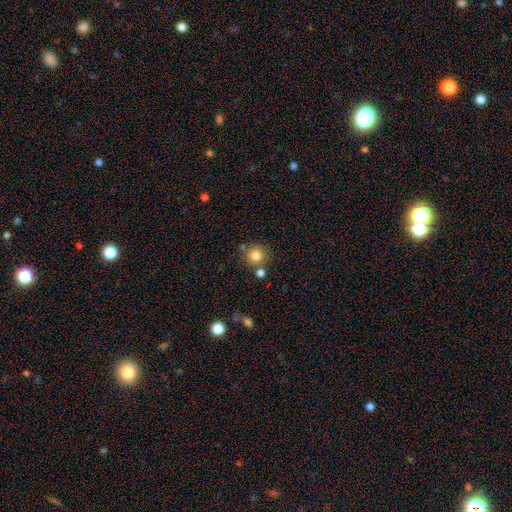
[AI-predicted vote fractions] smooth 81%, star or artifact 11%, featured or disk 7%. Down the decision tree: how rounded — round (92%); merging — none (74%).